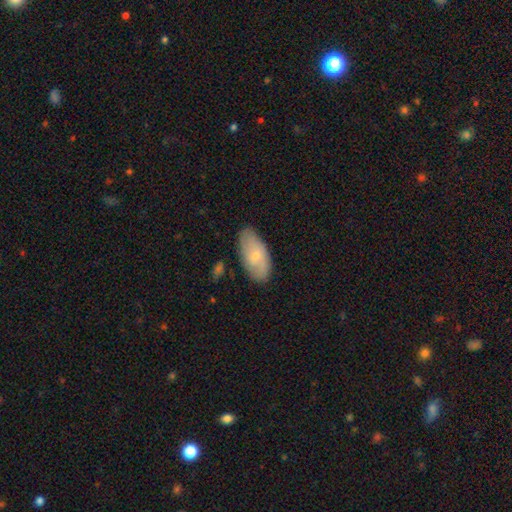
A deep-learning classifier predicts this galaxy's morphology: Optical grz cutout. It shows a smooth galaxy with no disk features (65%) that is in between round and cigar-shaped (93%). Merging: none (79%).